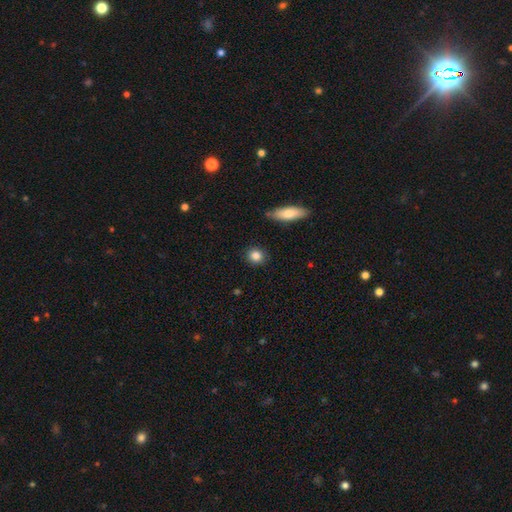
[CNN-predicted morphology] smooth_or_featured: smooth (p=0.85) [alt: star or artifact p=0.09]
how_rounded: round (p=0.75) [alt: in between p=0.23]
merging: none (p=0.88) [alt: minor disturbance p=0.08]